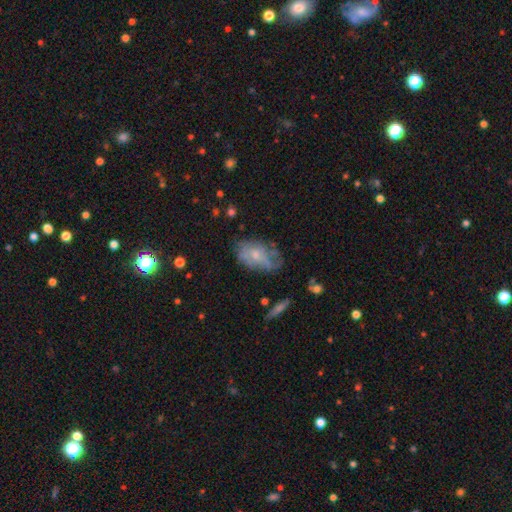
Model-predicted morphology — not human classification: The model was most divided on "smooth or featured": featured or disk: 46%, smooth: 45%, star or artifact: 9%. Remaining: merging — none (49%).